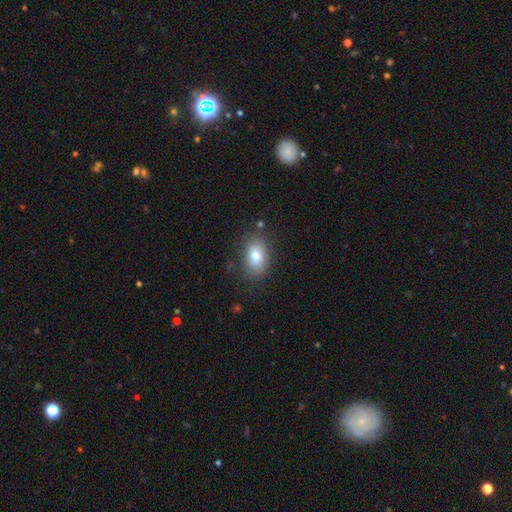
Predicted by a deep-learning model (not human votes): A smooth galaxy with no disk features (80%) that is in between round and cigar-shaped (86%). Merging: none (81%).